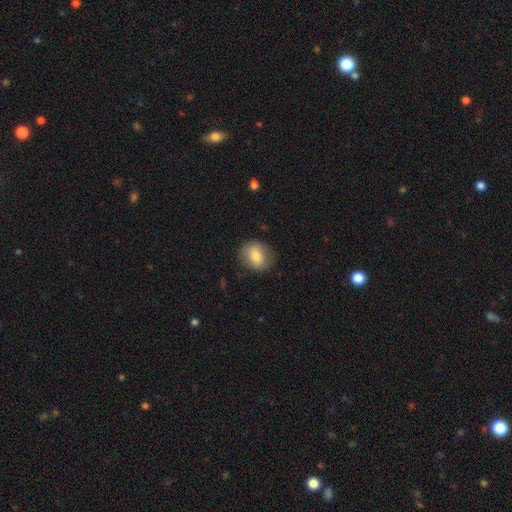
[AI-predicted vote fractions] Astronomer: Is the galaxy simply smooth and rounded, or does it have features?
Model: smooth — 76%.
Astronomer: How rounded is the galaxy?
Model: round — 60% (runner-up: in between, 39%).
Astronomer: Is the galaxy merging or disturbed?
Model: none — 83%.